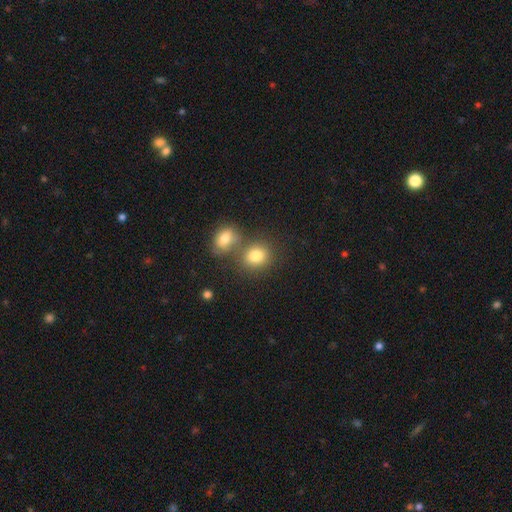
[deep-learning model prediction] smooth 80%, star or artifact 12%, featured or disk 8%. Down the decision tree: how rounded — round (71%); merging — none (56%).